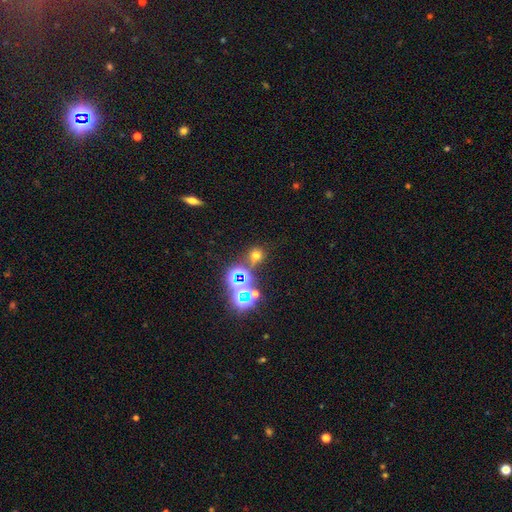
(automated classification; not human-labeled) Q: Smooth or featured?
A: smooth (53%); runner-up: star or artifact (39%)
Q: How rounded?
A: round (87%); runner-up: in between (11%)
Q: Merging?
A: none (74%); runner-up: merger (11%)